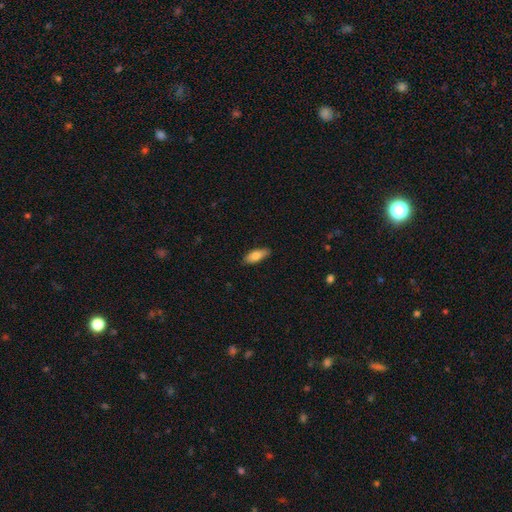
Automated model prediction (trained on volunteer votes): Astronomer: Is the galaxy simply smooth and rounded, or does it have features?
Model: smooth — 79%.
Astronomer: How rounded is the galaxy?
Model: in between — 76%.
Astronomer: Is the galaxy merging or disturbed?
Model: none — 86%.